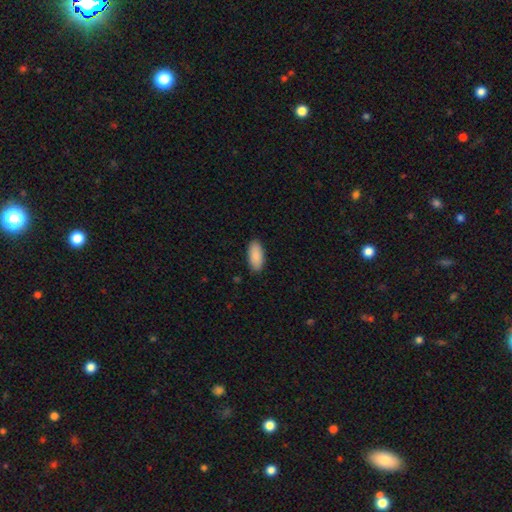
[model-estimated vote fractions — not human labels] A smooth galaxy with no disk features (90%) that is in between round and cigar-shaped (90%).

Vote fractions:
- Smooth or featured? smooth: 90% / star or artifact: 6% / featured or disk: 4%
- How rounded? in between: 90% / cigar-shaped: 8% / round: 2%
- Merging? none: 89% / minor disturbance: 8% / major disturbance: 2% / merger: 1%